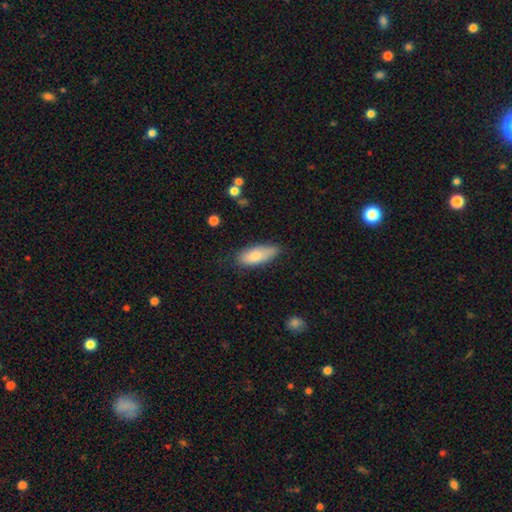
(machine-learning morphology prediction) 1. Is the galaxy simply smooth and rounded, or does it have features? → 81% smooth, 13% featured or disk, 6% star or artifact.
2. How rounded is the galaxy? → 77% in between, 21% cigar-shaped, 2% round.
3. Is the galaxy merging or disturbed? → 69% none, 25% minor disturbance, 5% major disturbance, 2% merger.